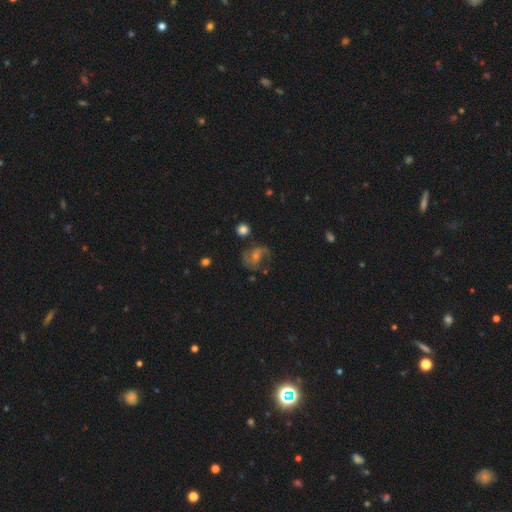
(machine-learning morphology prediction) This appears to be a featured or disk galaxy (71%) with a weak bar (45%), 2 (75%) medium (49%) spiral arms (92%) and a small central bulge (50%). Merging: none (66%).